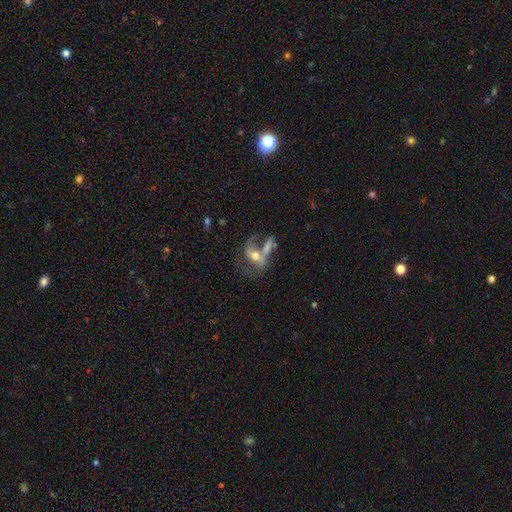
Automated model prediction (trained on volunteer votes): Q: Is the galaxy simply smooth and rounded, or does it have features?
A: featured or disk — 63%.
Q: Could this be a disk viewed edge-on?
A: no — 90%.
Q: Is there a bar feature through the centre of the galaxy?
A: no — 50%.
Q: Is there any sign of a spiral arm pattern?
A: yes — 60%.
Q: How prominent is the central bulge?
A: moderate — 64%.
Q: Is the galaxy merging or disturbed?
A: merger — 42%.